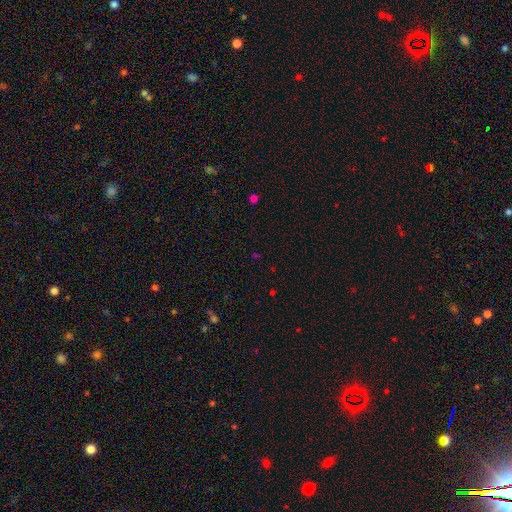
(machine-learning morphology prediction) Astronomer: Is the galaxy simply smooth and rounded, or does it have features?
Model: star or artifact — 60%.